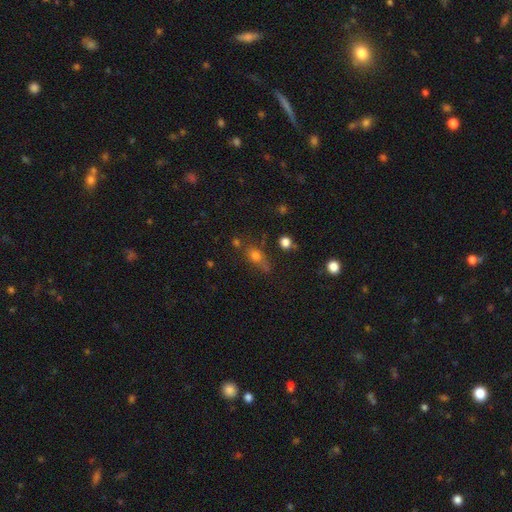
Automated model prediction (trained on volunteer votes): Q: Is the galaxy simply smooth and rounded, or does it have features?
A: smooth — 68%.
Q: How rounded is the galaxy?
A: in between — 57%.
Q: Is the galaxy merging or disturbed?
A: none — 51%.